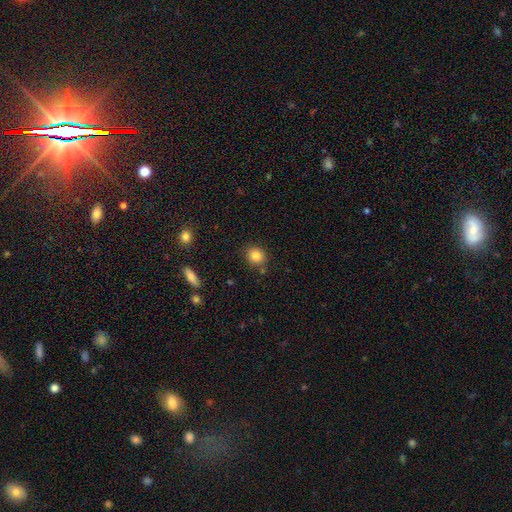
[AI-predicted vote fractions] A smooth galaxy with no disk features (83%) that is round (79%). Merging: none (83%).